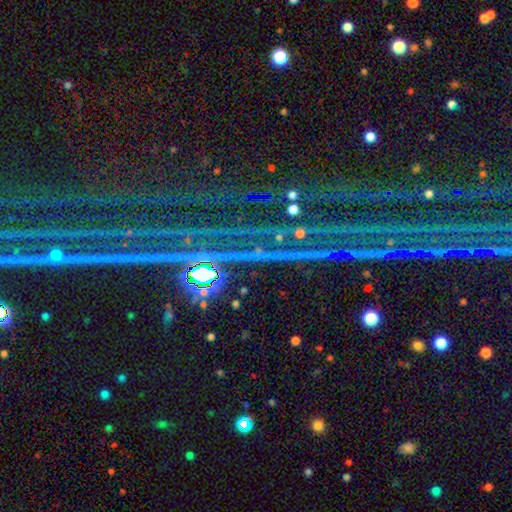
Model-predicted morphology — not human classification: A star or artifact, not a galaxy (84%).